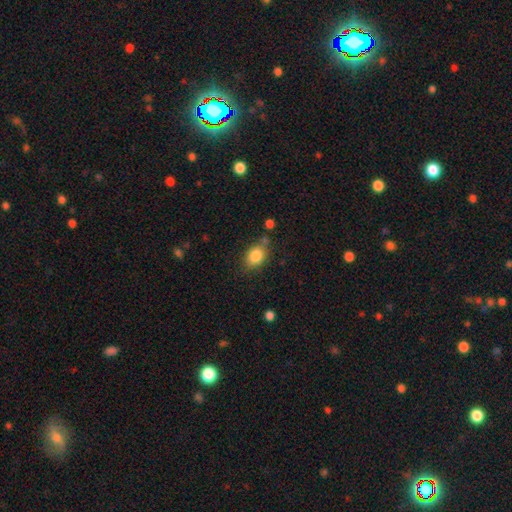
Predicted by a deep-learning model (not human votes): This appears to be a smooth galaxy with no disk features (85%) that is in between round and cigar-shaped (70%). Merging: none (72%).